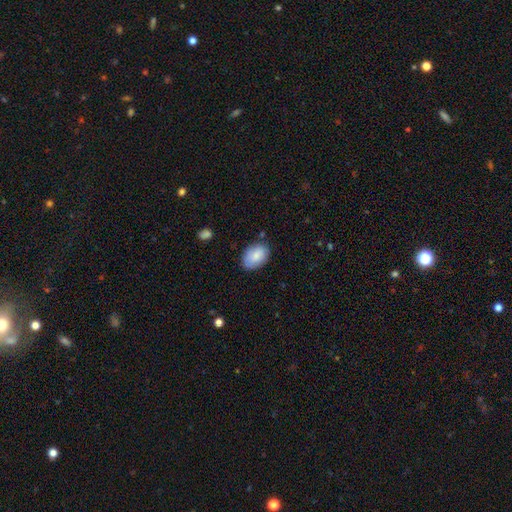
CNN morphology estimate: smooth_or_featured: smooth (p=0.83) [alt: featured or disk p=0.11]
how_rounded: in between (p=0.86) [alt: round p=0.13]
merging: none (p=0.76) [alt: minor disturbance p=0.18]